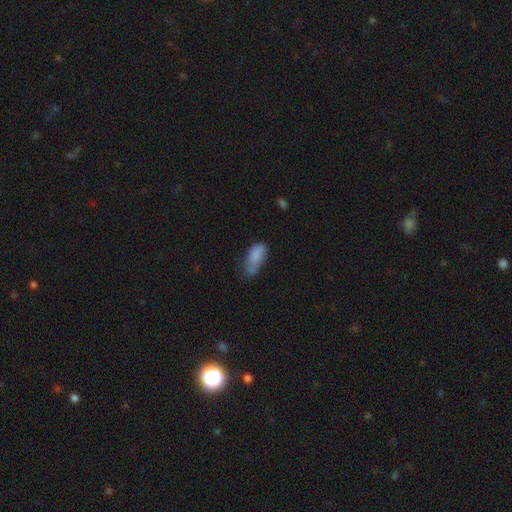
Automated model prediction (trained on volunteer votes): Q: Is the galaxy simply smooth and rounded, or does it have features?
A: smooth — 80%.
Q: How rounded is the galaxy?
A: in between — 89%.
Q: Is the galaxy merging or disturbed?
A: none — 39%.